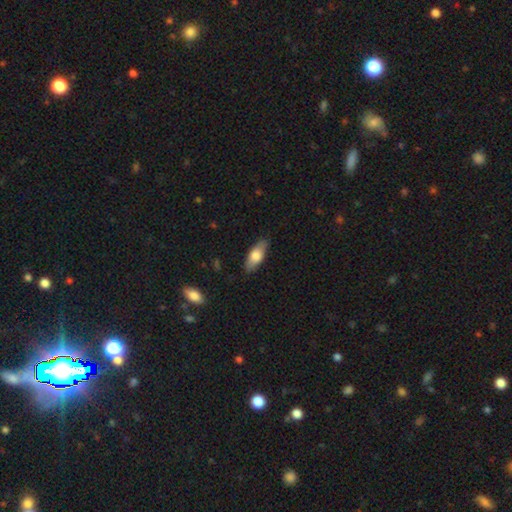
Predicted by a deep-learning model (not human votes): smooth 71%, featured or disk 23%, star or artifact 6%. Down the decision tree: how rounded — in between (76%); merging — none (85%).